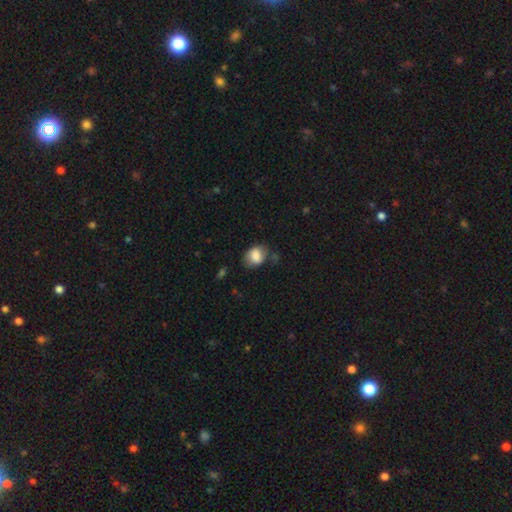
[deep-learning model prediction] A smooth galaxy with no disk features (81%) that is in between round and cigar-shaped (64%). Merging: none (60%).